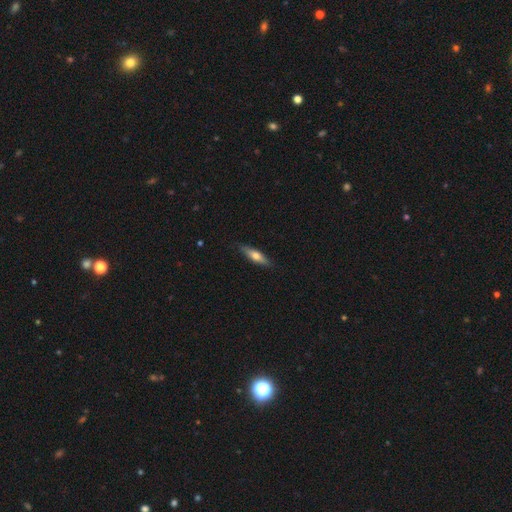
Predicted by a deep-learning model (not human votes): A smooth galaxy with no disk features (53%) that is cigar-shaped (71%).

Vote fractions:
- Smooth or featured? smooth: 53% / featured or disk: 41% / star or artifact: 6%
- How rounded? cigar-shaped: 71% / in between: 27% / round: 2%
- Merging? none: 86% / minor disturbance: 11% / major disturbance: 2% / merger: 1%